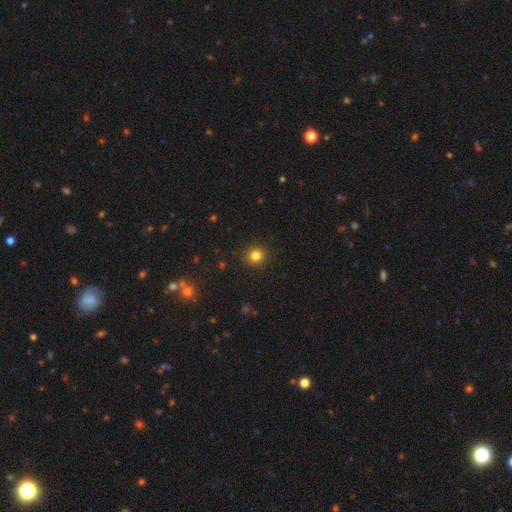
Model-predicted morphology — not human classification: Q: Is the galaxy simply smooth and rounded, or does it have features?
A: smooth — 83%.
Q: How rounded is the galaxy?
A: round — 90%.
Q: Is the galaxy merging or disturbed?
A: none — 91%.